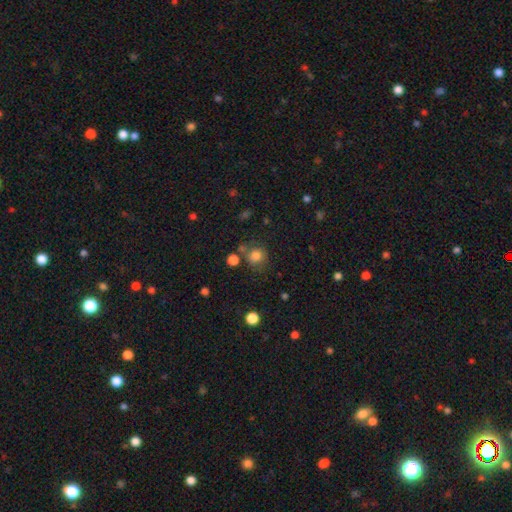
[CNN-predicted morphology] Smooth or featured?
  - smooth: 80% *
  - star or artifact: 13%
  - featured or disk: 7%
How rounded?
  - round: 84% *
  - in between: 15%
  - cigar-shaped: 1%
Merging?
  - none: 67% *
  - minor disturbance: 15%
  - merger: 12%
  - major disturbance: 7%